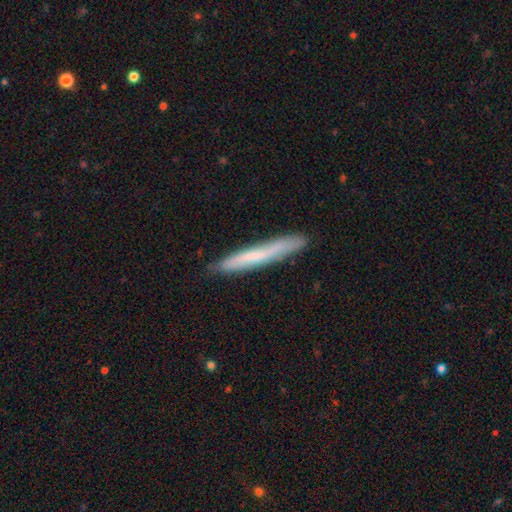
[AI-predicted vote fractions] Overall: smooth (60%; featured or disk 34%). How rounded: cigar-shaped (96%). Merging: none (85%).